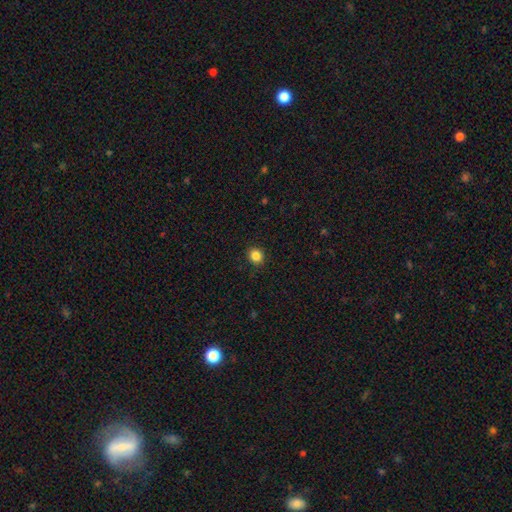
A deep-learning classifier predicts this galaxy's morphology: This is clearly a smooth galaxy (85%). How rounded: likely round (79%). Merging: clearly none (90%).